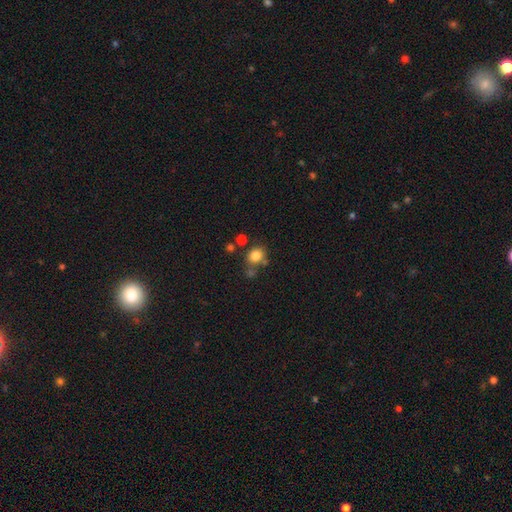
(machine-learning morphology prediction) Smooth or featured: smooth — 81% (star or artifact — 12%)
How rounded: round — 71% (in between — 28%)
Merging: none — 67% (merger — 14%)